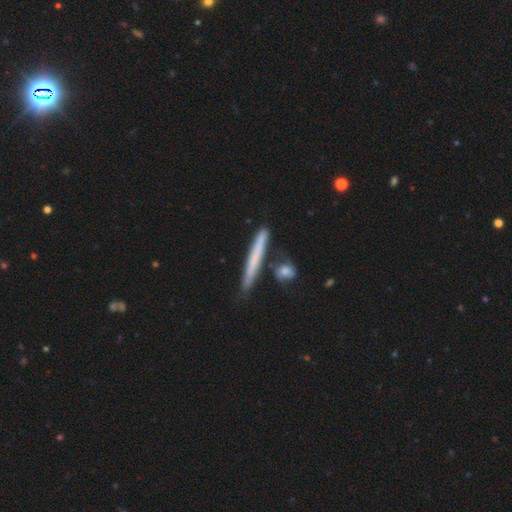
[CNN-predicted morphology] Q: Smooth or featured?
A: smooth (58%); runner-up: featured or disk (36%)
Q: How rounded?
A: cigar-shaped (95%); runner-up: in between (3%)
Q: Merging?
A: none (79%); runner-up: minor disturbance (12%)